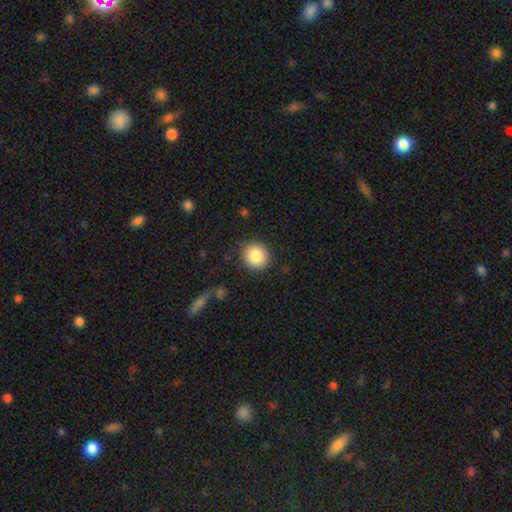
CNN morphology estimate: smooth-or-featured: smooth: 86% | star or artifact: 9% | featured or disk: 6%
  how-rounded: round: 92% | in between: 7% | cigar-shaped: 1%
  merging: none: 88% | minor disturbance: 8% | major disturbance: 3% | merger: 1%